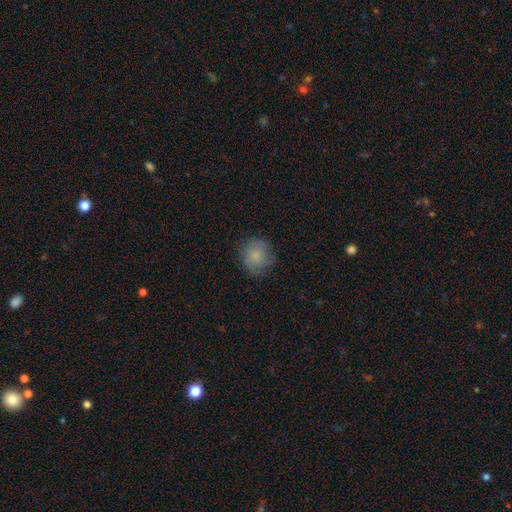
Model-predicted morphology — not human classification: Smooth or featured? Predicted: smooth (p=0.80). How rounded? Predicted: round (p=0.81). Merging? Predicted: none (p=0.72).